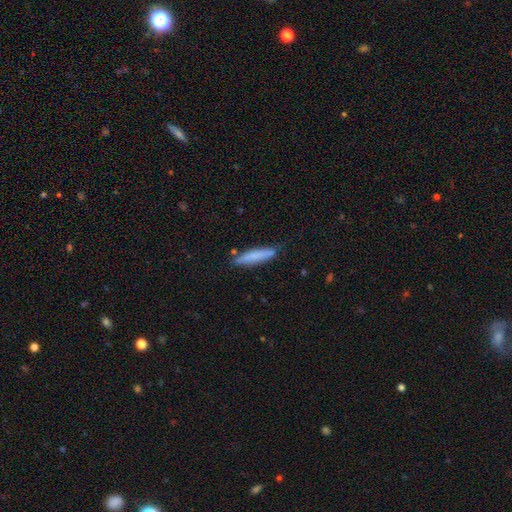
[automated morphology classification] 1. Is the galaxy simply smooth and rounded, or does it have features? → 75% smooth, 19% featured or disk, 6% star or artifact.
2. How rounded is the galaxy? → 88% cigar-shaped, 11% in between, 1% round.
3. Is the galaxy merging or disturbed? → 77% none, 17% minor disturbance, 3% merger, 3% major disturbance.